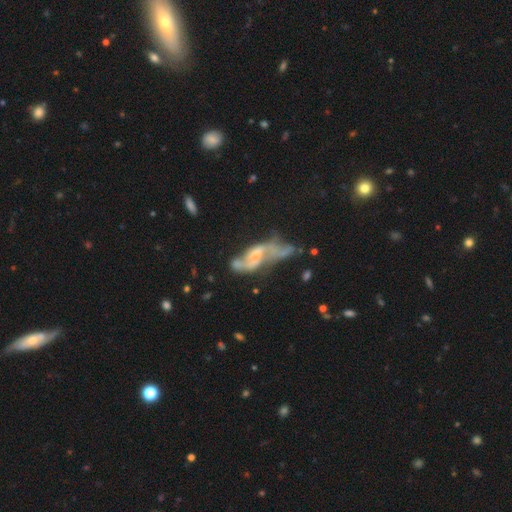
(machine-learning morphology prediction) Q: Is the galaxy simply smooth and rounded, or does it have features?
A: featured or disk — 67%.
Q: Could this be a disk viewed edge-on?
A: no — 87%.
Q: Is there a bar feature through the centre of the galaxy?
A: no — 63%.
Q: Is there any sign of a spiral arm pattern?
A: yes — 57%.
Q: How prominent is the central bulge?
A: small — 33%.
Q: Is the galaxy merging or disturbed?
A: major disturbance — 33%.